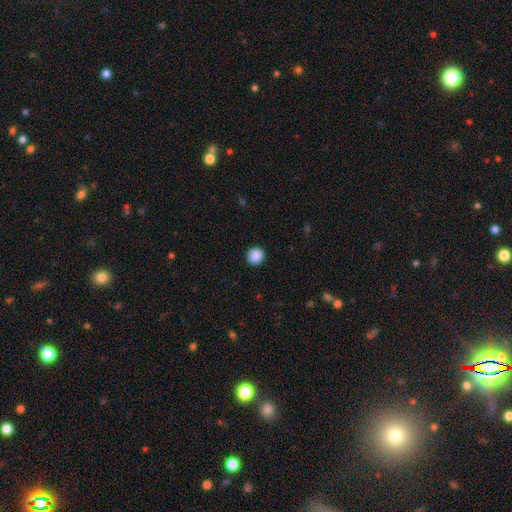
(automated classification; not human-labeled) smooth 89%, star or artifact 9%, featured or disk 3%. Down the decision tree: how rounded — round (91%); merging — none (91%).